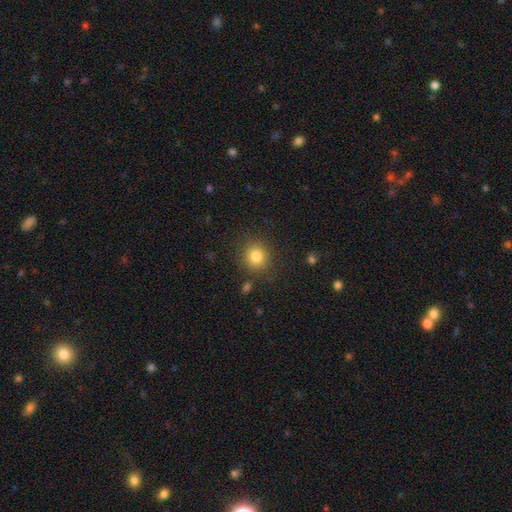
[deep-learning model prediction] Smooth or featured? smooth (82%)
How rounded? round (88%)
Merging? none (86%)